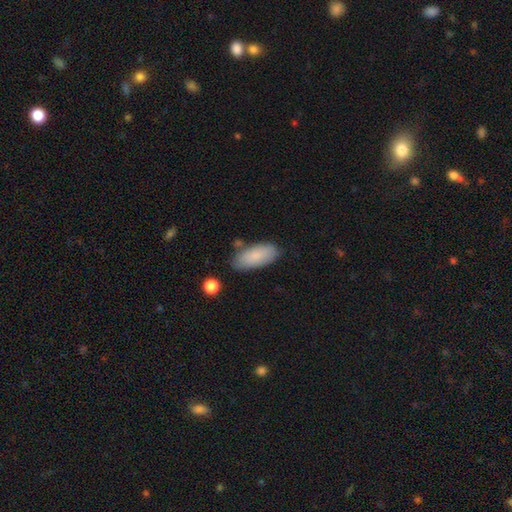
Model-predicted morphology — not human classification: Smooth or featured? smooth (84%)
How rounded? in between (86%)
Merging? none (76%)